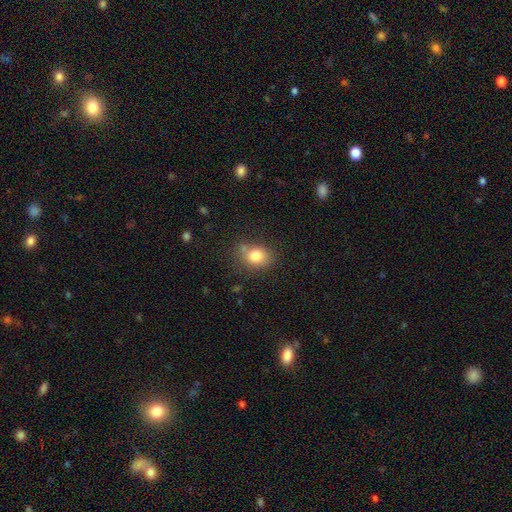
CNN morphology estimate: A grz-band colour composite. It shows a smooth galaxy with no disk features (80%) that is round (50%). Merging: none (66%).